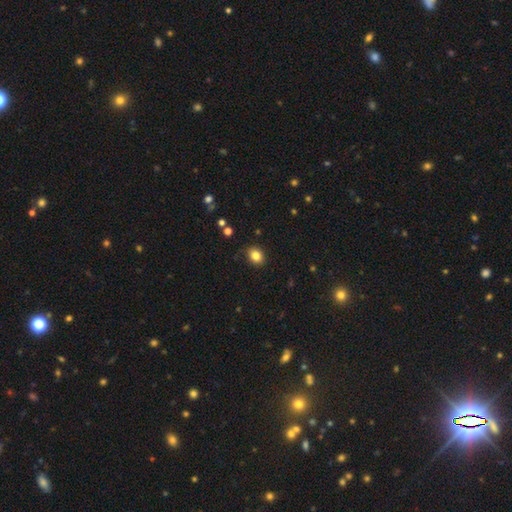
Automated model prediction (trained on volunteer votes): Smooth or featured? Predicted: smooth (p=0.84). How rounded? Predicted: round (p=0.54). Merging? Predicted: none (p=0.88).